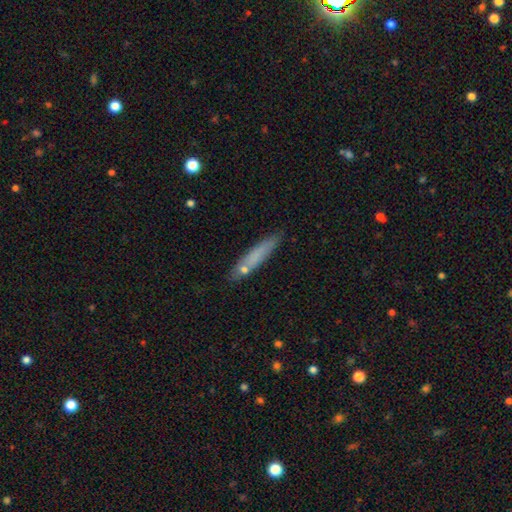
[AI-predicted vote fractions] Q: Smooth or featured?
A: smooth (72%); runner-up: featured or disk (20%)
Q: How rounded?
A: cigar-shaped (89%); runner-up: in between (9%)
Q: Merging?
A: none (77%); runner-up: minor disturbance (15%)